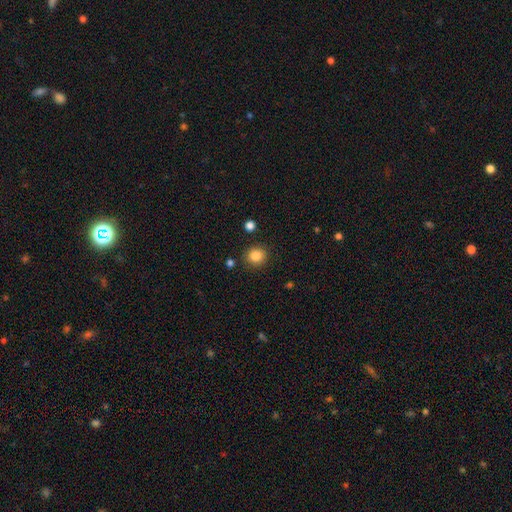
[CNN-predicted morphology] A smooth galaxy with no disk features (85%) that is round (88%). Merging: none (87%).